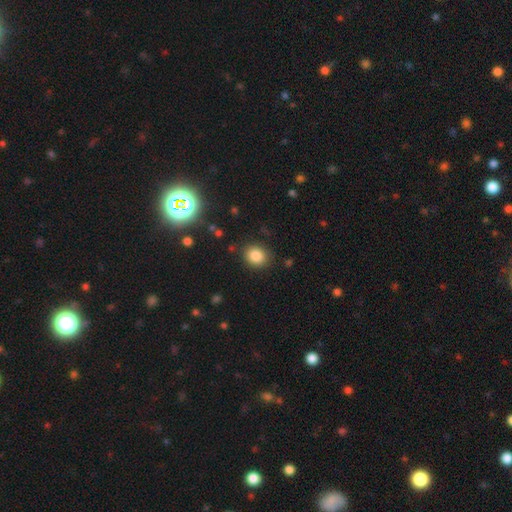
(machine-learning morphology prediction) Smooth or featured?
  - smooth: 84% *
  - star or artifact: 11%
  - featured or disk: 5%
How rounded?
  - round: 66% *
  - in between: 33%
  - cigar-shaped: 1%
Merging?
  - none: 86% *
  - minor disturbance: 10%
  - major disturbance: 3%
  - merger: 2%